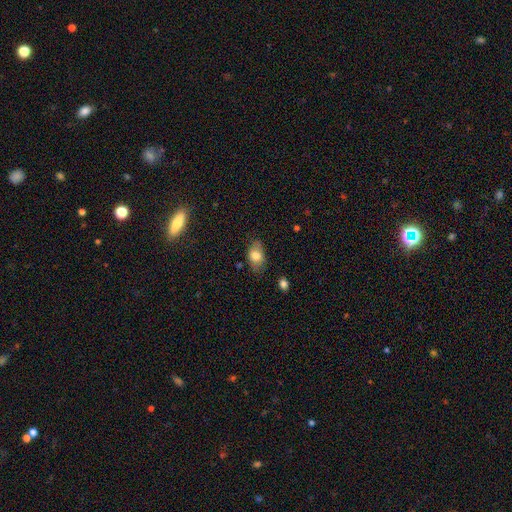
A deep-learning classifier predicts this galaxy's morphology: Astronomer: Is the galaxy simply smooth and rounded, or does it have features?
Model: smooth — 76%.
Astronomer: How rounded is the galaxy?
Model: in between — 86%.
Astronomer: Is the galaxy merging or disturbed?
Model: none — 75%.